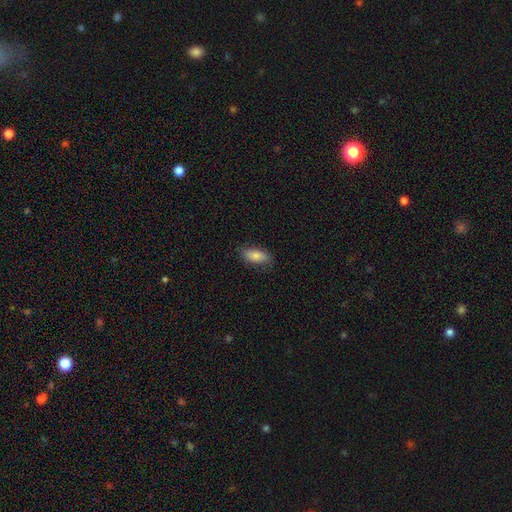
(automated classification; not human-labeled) Overall: smooth (80%). How rounded: in between (85%). Merging: none (79%).